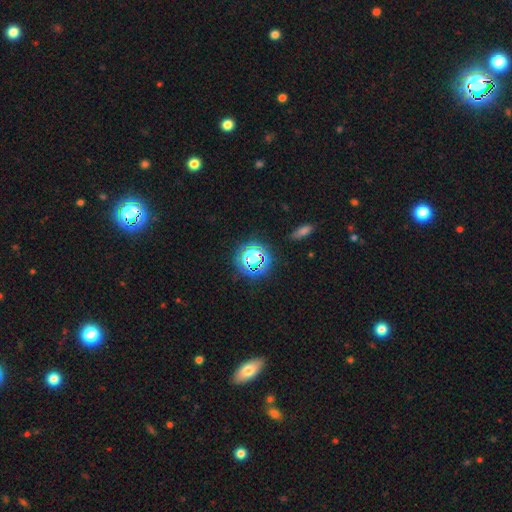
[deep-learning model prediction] Morphology: type=star or artifact (58%).